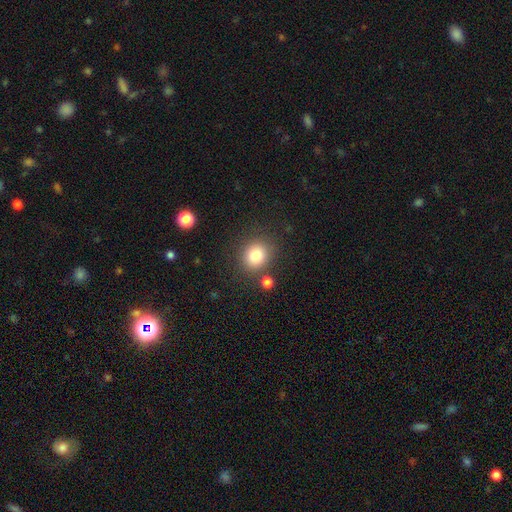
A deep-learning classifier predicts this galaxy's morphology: This appears to be a smooth galaxy with no disk features (81%) that is round (79%). Merging: none (81%).